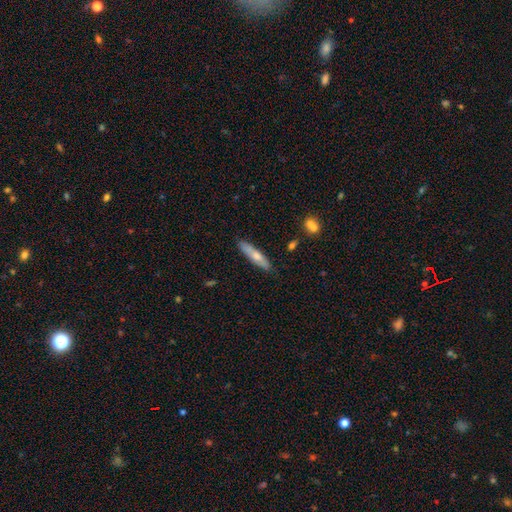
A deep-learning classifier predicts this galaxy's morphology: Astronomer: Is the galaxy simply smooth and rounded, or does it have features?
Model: smooth — 62%.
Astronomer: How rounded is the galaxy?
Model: cigar-shaped — 81%.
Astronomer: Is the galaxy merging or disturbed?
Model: none — 84%.